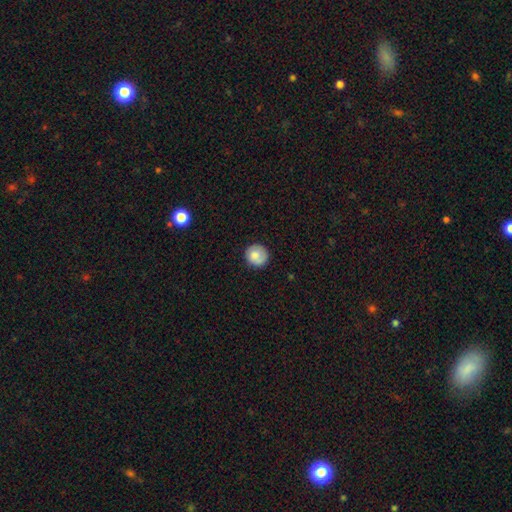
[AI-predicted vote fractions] Overall: smooth (80%). How rounded: round (92%). Merging: none (84%).